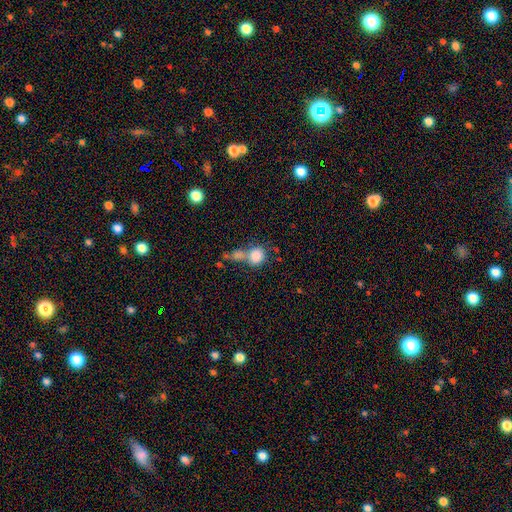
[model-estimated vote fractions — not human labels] smooth 83%, star or artifact 9%, featured or disk 8%. Down the decision tree: how rounded — round (74%); merging — merger (50%).